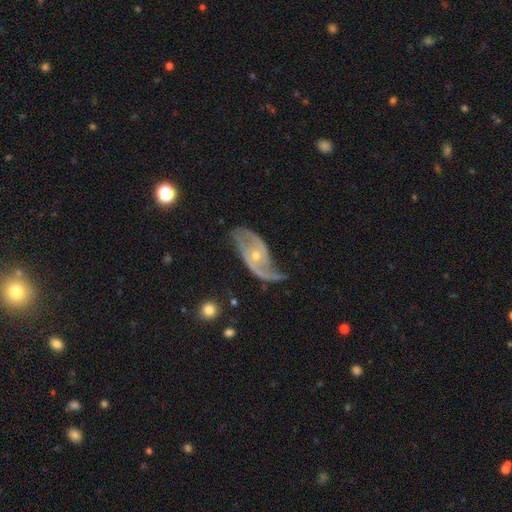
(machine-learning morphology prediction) smooth_or_featured: featured or disk (p=0.88) [alt: smooth p=0.07]
disk_edge_on: no (p=0.94) [alt: yes p=0.06]
bar: no (p=0.62) [alt: weak p=0.29]
has_spiral_arms: yes (p=0.95) [alt: no p=0.05]
spiral_winding: medium (p=0.45) [alt: loose p=0.34]
spiral_arm_count: 2 (p=0.81) [alt: can't tell p=0.07]
bulge_size: small (p=0.57) [alt: moderate p=0.40]
merging: none (p=0.55) [alt: minor disturbance p=0.26]